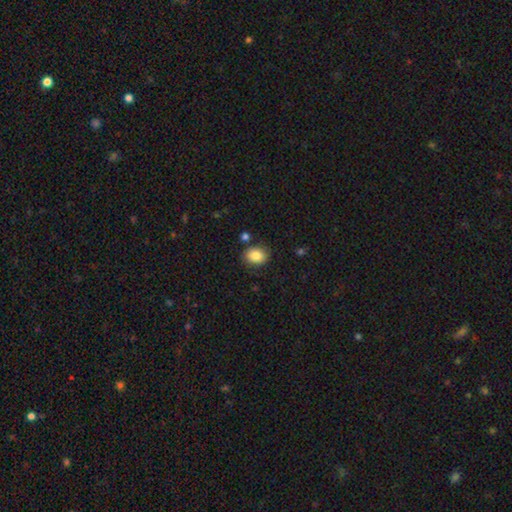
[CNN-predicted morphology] smooth 87%, star or artifact 8%, featured or disk 5%. Down the decision tree: how rounded — in between (60%); merging — none (82%).